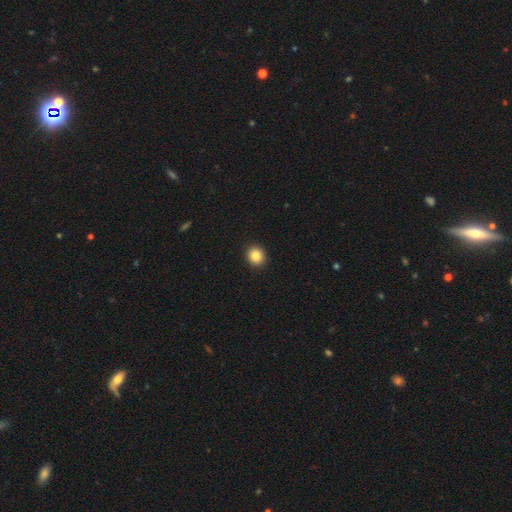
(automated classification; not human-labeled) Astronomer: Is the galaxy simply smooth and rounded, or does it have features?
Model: smooth — 85%.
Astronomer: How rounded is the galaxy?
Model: round — 84%.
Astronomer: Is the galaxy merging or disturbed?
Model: none — 92%.